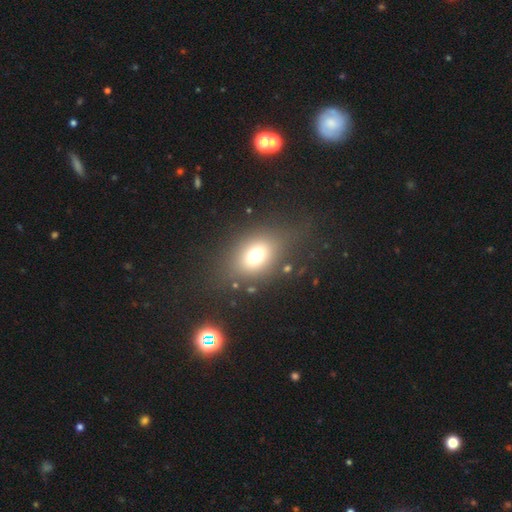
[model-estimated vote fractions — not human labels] This appears to be a smooth galaxy with no disk features (68%) that is in between round and cigar-shaped (59%). Merging: none (75%).